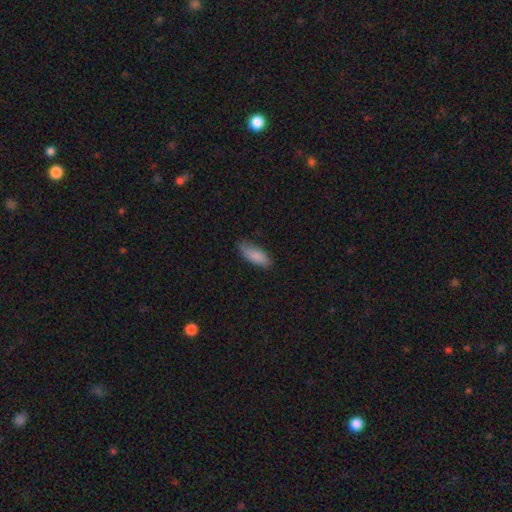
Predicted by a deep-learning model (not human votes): Smooth or featured?
  - smooth: 85% *
  - featured or disk: 9%
  - star or artifact: 6%
How rounded?
  - in between: 75% *
  - cigar-shaped: 23%
  - round: 2%
Merging?
  - none: 73% *
  - minor disturbance: 22%
  - major disturbance: 4%
  - merger: 1%